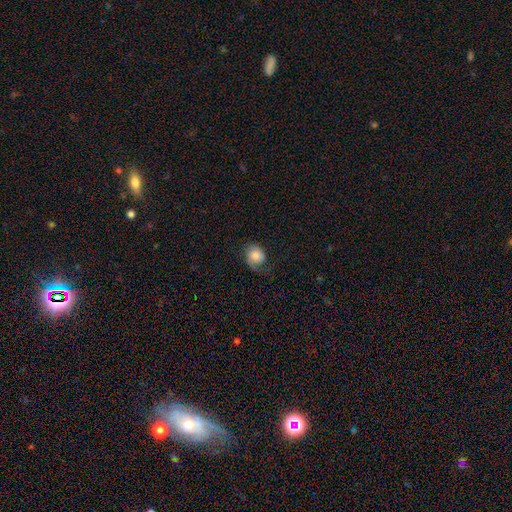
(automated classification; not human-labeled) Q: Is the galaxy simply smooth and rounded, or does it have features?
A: smooth — 64%.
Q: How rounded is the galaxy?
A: round — 54%.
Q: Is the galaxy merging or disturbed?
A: none — 54%.